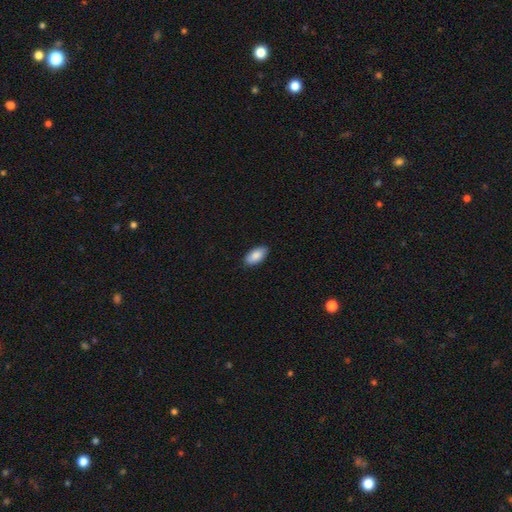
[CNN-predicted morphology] Q: Smooth or featured?
A: smooth (87%); runner-up: featured or disk (7%)
Q: How rounded?
A: in between (94%); runner-up: cigar-shaped (4%)
Q: Merging?
A: none (88%); runner-up: minor disturbance (9%)